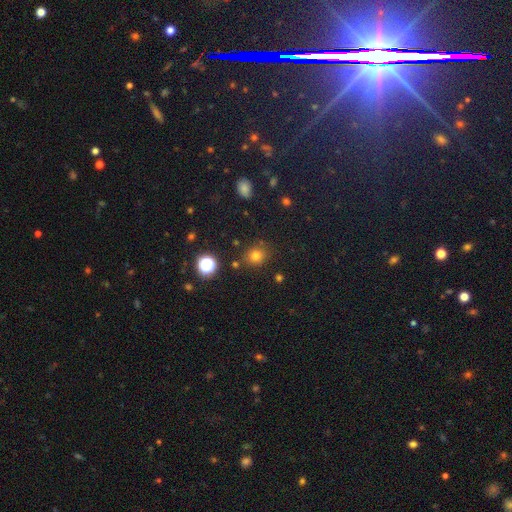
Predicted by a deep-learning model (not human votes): Q: Smooth or featured?
A: smooth (73%); runner-up: star or artifact (20%)
Q: How rounded?
A: round (80%); runner-up: in between (19%)
Q: Merging?
A: none (81%); runner-up: minor disturbance (11%)